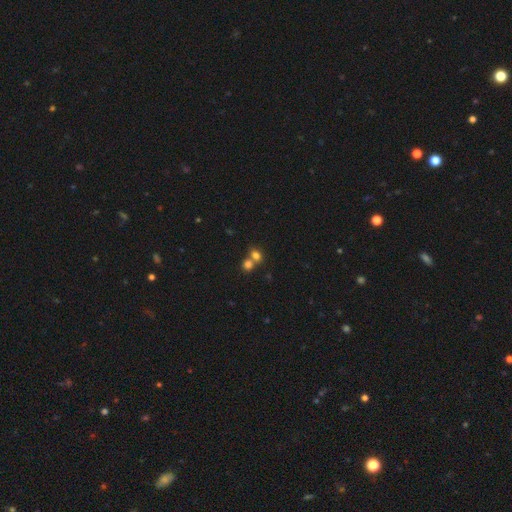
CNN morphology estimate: Smooth or featured? smooth (77%)
How rounded? round (57%)
Merging? merger (51%)